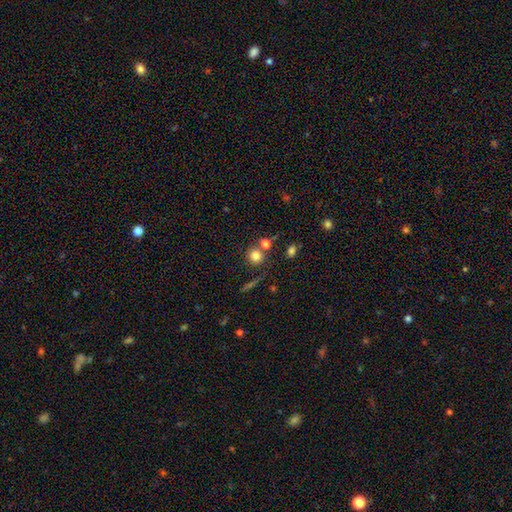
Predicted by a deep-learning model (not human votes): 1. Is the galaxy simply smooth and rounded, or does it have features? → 79% smooth, 13% star or artifact, 8% featured or disk.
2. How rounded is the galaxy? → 90% round, 9% in between, 1% cigar-shaped.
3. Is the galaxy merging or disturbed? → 69% none, 19% merger, 9% minor disturbance, 4% major disturbance.